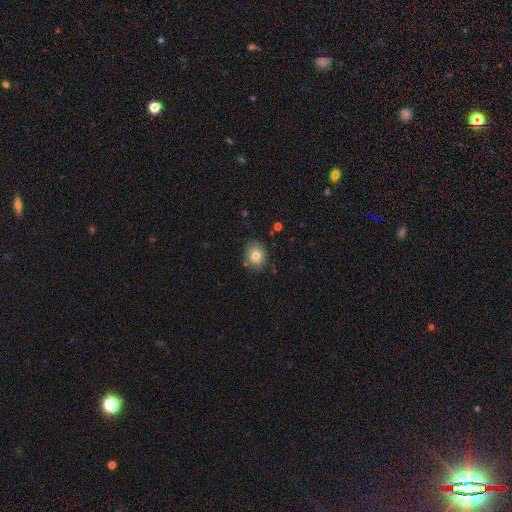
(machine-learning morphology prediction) smooth_or_featured: smooth (p=0.81) [alt: featured or disk p=0.10]
how_rounded: in between (p=0.50) [alt: round p=0.49]
merging: none (p=0.81) [alt: minor disturbance p=0.14]